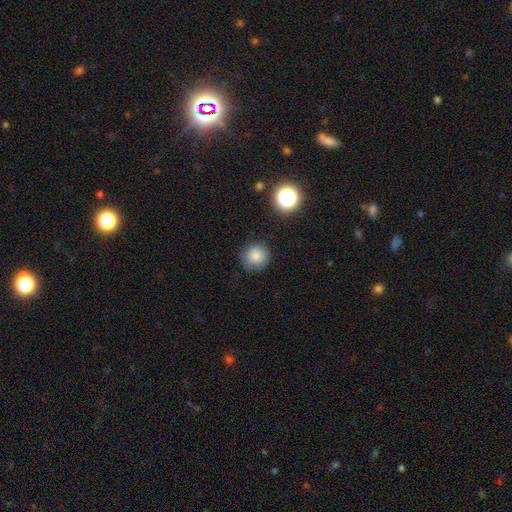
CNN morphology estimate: Smooth or featured? Predicted: smooth (p=0.83). How rounded? Predicted: round (p=0.92). Merging? Predicted: none (p=0.82).